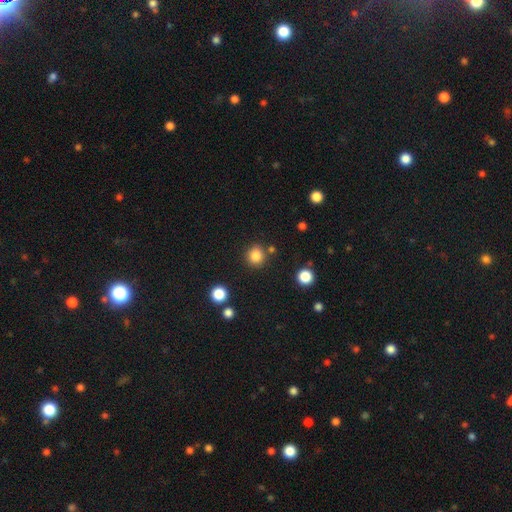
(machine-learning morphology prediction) smooth-or-featured: smooth: 84% | star or artifact: 12% | featured or disk: 4%
  how-rounded: round: 90% | in between: 9% | cigar-shaped: 1%
  merging: none: 84% | minor disturbance: 8% | merger: 5% | major disturbance: 3%